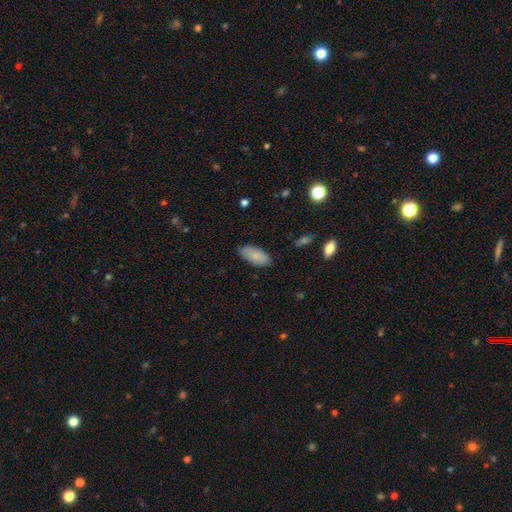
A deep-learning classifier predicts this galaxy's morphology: Overall: smooth (87%). How rounded: in between (89%). Merging: none (85%).